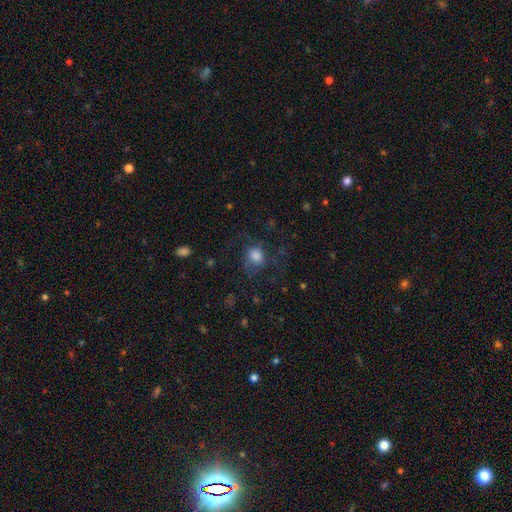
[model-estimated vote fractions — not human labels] Smooth or featured?
  - smooth: 63% *
  - featured or disk: 25%
  - star or artifact: 12%
How rounded?
  - round: 76% *
  - in between: 23%
  - cigar-shaped: 1%
Merging?
  - none: 56% *
  - major disturbance: 24%
  - minor disturbance: 19%
  - merger: 2%